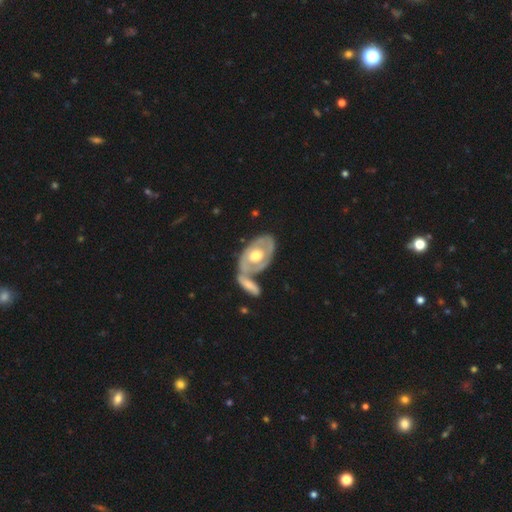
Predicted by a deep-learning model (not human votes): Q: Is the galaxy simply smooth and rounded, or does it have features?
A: featured or disk — 68%.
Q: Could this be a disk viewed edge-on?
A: no — 91%.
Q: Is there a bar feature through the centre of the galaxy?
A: no — 81%.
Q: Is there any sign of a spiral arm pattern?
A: no — 52%.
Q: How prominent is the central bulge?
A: moderate — 65%.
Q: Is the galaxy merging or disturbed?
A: none — 42%.